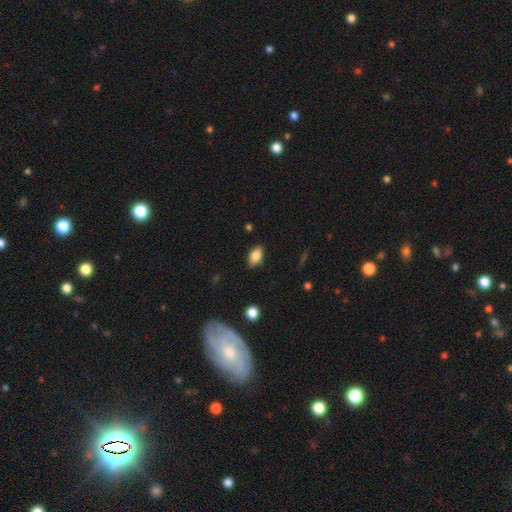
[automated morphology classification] Q: Smooth or featured?
A: smooth (82%); runner-up: featured or disk (10%)
Q: How rounded?
A: in between (91%); runner-up: round (5%)
Q: Merging?
A: none (85%); runner-up: minor disturbance (12%)